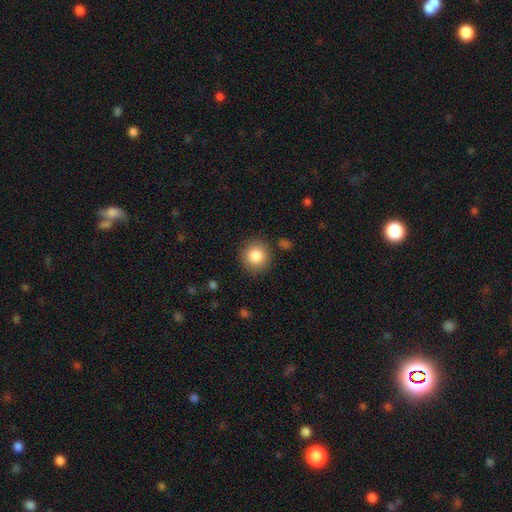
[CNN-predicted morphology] type=smooth (85%); roundness=round (91%); merging=none (88%).